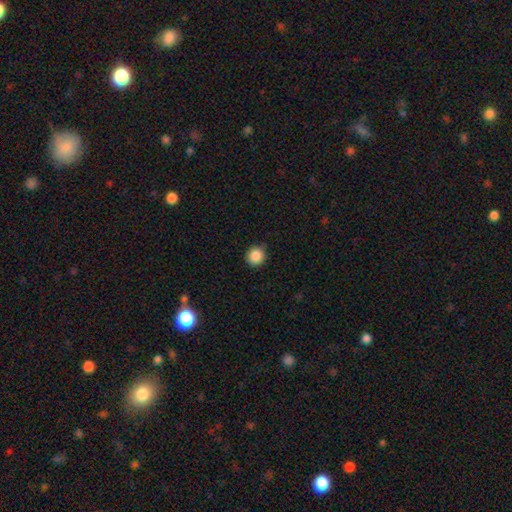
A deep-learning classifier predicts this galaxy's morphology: Smooth or featured? Predicted: smooth (p=0.87). How rounded? Predicted: round (p=0.91). Merging? Predicted: none (p=0.90).